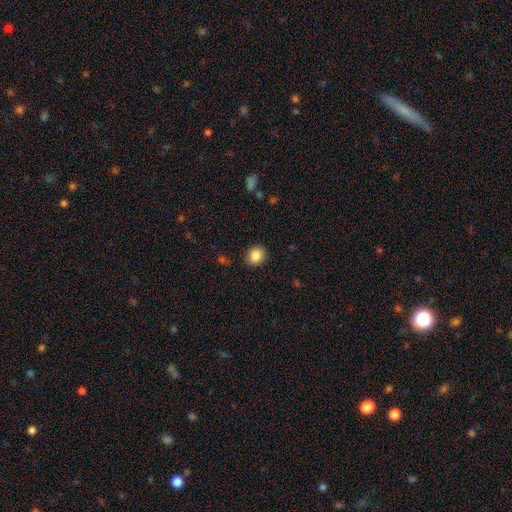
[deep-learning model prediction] Smooth or featured: smooth — 86% (star or artifact — 9%)
How rounded: round — 71% (in between — 28%)
Merging: none — 89% (minor disturbance — 8%)